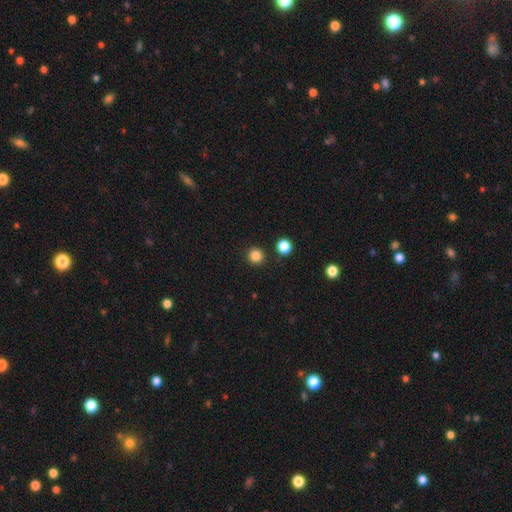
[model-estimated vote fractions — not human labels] smooth_or_featured: smooth (p=0.84) [alt: star or artifact p=0.12]
how_rounded: round (p=0.94) [alt: in between p=0.05]
merging: none (p=0.91) [alt: minor disturbance p=0.05]